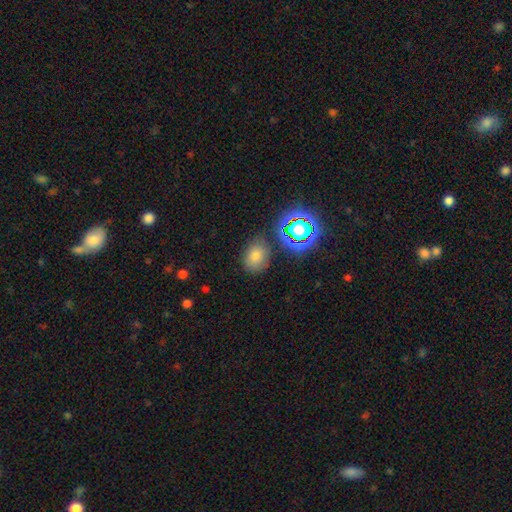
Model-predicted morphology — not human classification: Smooth or featured? smooth (65%)
How rounded? in between (60%)
Merging? none (78%)